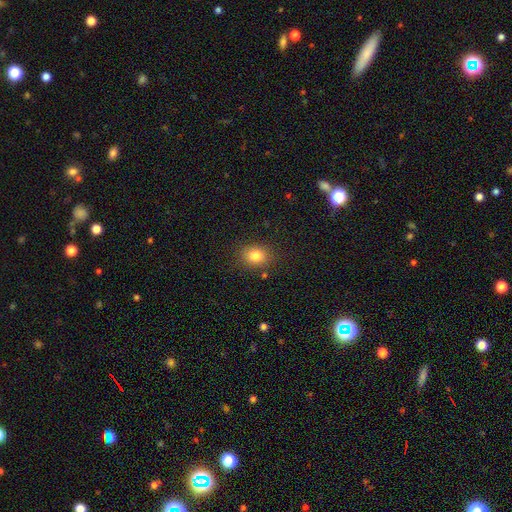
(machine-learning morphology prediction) Smooth or featured? Predicted: smooth (p=0.80). How rounded? Predicted: round (p=0.58). Merging? Predicted: none (p=0.85).